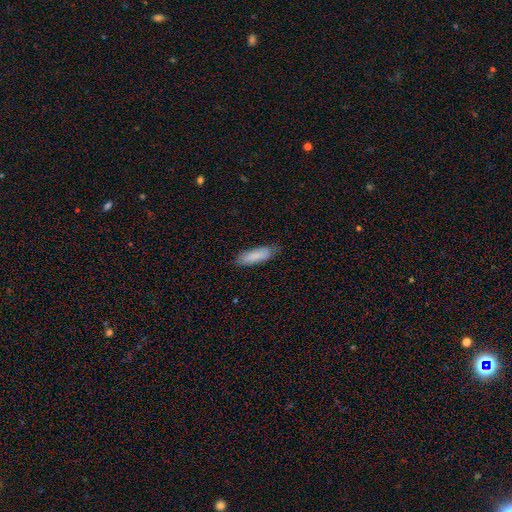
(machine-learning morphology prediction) This is clearly a smooth galaxy (85%). How rounded: possibly cigar-shaped (50%). Merging: likely none (79%).